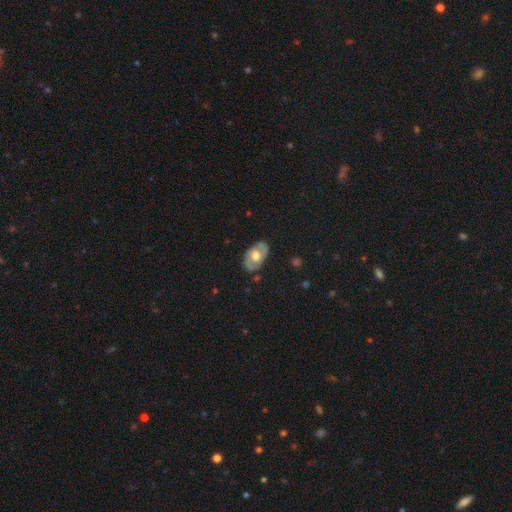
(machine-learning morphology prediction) smooth_or_featured: featured or disk (p=0.61) [alt: smooth p=0.33]
disk_edge_on: no (p=0.92) [alt: yes p=0.08]
bar: no (p=0.75) [alt: weak p=0.21]
has_spiral_arms: yes (p=0.51) [alt: no p=0.49]
bulge_size: moderate (p=0.49) [alt: large p=0.43]
merging: none (p=0.79) [alt: minor disturbance p=0.16]